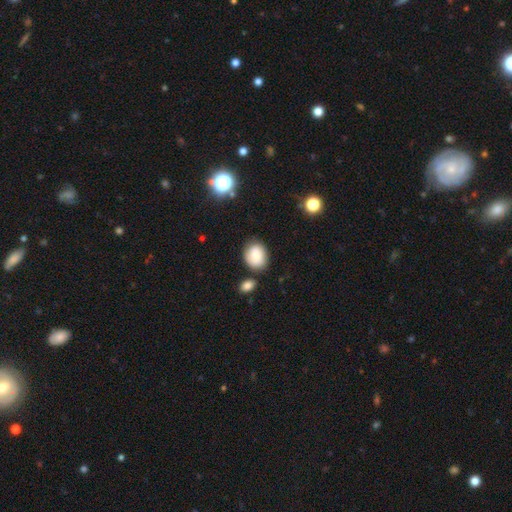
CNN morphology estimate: smooth 80%, featured or disk 11%, star or artifact 9%. Down the decision tree: how rounded — round (51%); merging — none (73%).